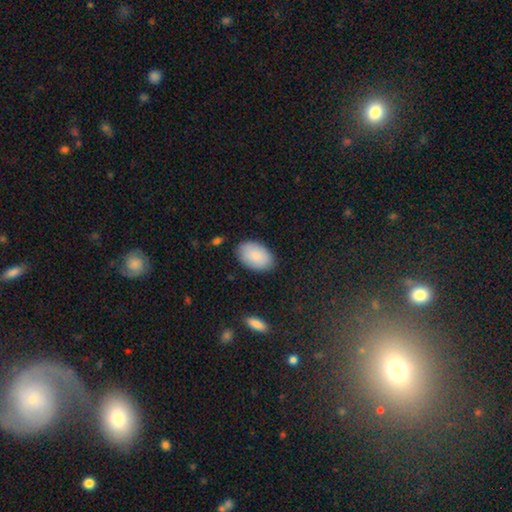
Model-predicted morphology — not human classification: type=smooth (87%); roundness=in between (91%); merging=none (85%).